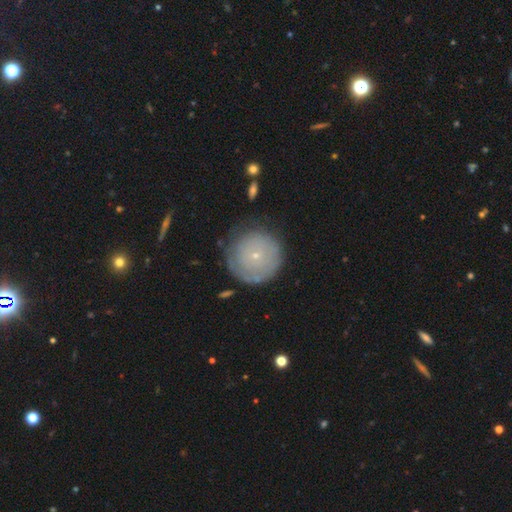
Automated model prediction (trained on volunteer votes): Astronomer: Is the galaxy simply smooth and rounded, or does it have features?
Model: smooth — 51% (runner-up: featured or disk, 40%).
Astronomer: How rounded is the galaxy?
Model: round — 95%.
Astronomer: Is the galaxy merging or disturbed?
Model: none — 77%.